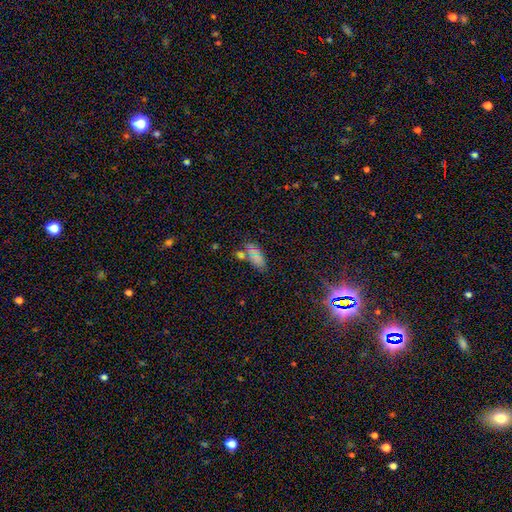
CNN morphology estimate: This appears to be a smooth galaxy with no disk features (66%) that is in between round and cigar-shaped (86%). Merging: none (57%).